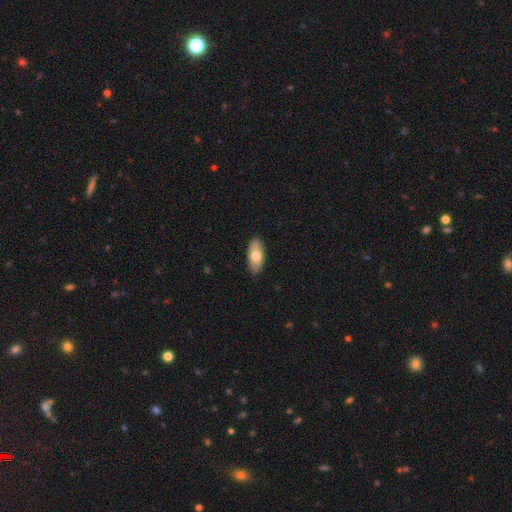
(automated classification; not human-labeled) Overall: smooth (72%). How rounded: in between (90%). Merging: none (89%).